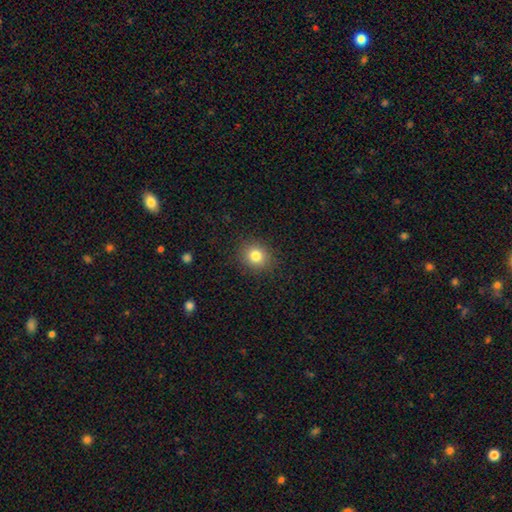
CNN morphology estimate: smooth 81%, star or artifact 12%, featured or disk 7%. Down the decision tree: how rounded — round (79%); merging — none (89%).